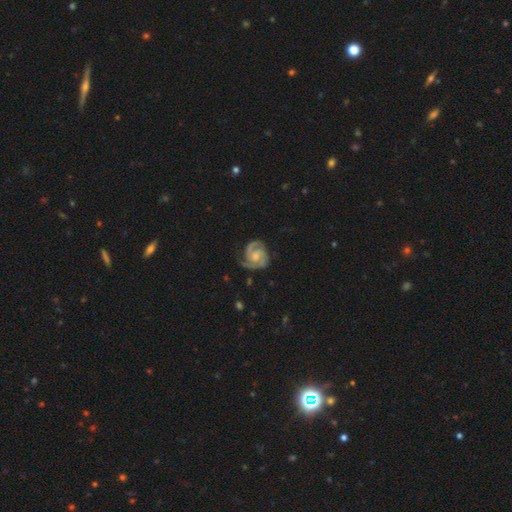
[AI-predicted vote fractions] Q: Smooth or featured?
A: featured or disk (89%); runner-up: smooth (7%)
Q: Edge-on disk?
A: no (98%); runner-up: yes (2%)
Q: Bar?
A: no (55%); runner-up: weak (37%)
Q: Spiral arms?
A: yes (98%); runner-up: no (2%)
Q: Spiral winding?
A: tight (49%); runner-up: medium (44%)
Q: Spiral arm count?
A: 2 (65%); runner-up: 3 (23%)
Q: Bulge size?
A: moderate (41%); runner-up: small (34%)
Q: Merging?
A: none (72%); runner-up: minor disturbance (19%)